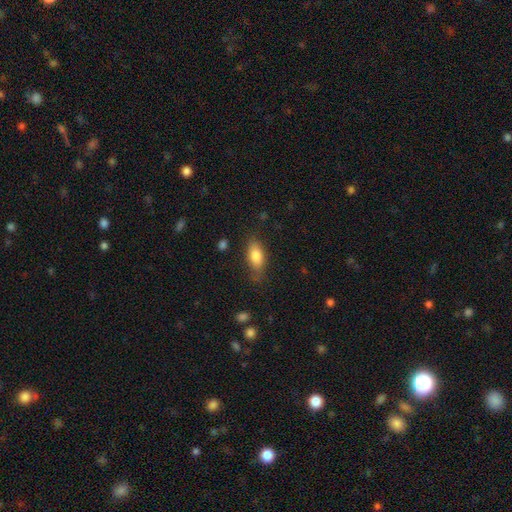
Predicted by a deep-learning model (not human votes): smooth_or_featured: smooth (p=0.81) [alt: featured or disk p=0.12]
how_rounded: in between (p=0.86) [alt: cigar-shaped p=0.10]
merging: none (p=0.73) [alt: minor disturbance p=0.20]